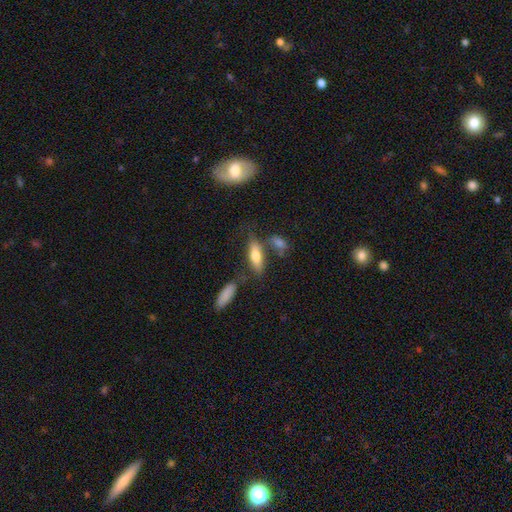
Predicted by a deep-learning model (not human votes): Q: Smooth or featured?
A: smooth (70%); runner-up: featured or disk (23%)
Q: How rounded?
A: in between (59%); runner-up: cigar-shaped (39%)
Q: Merging?
A: none (59%); runner-up: minor disturbance (18%)